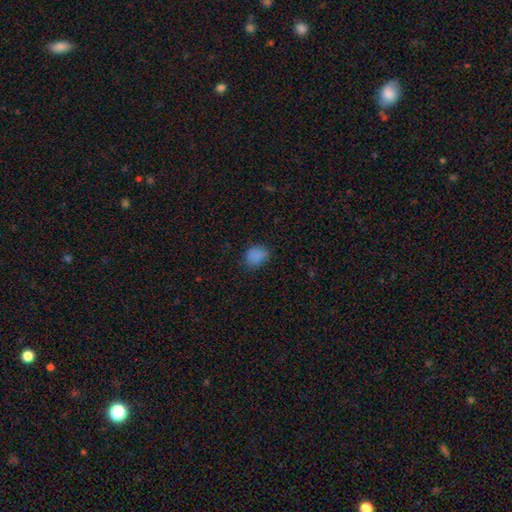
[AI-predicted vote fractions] smooth 81%, star or artifact 13%, featured or disk 5%. Down the decision tree: how rounded — round (50%); merging — none (74%).